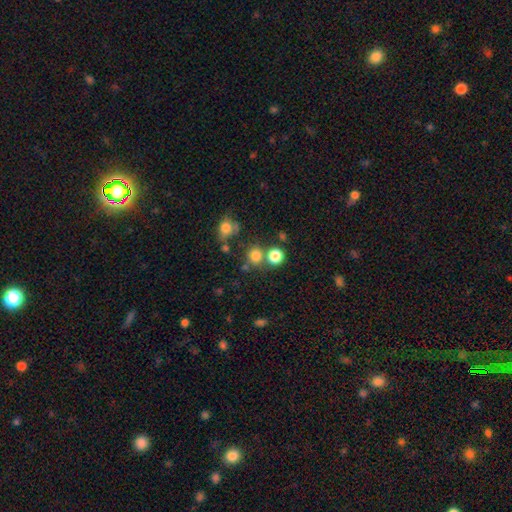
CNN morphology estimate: The model was most divided on "merging": none: 67%, merger: 20%, minor disturbance: 9%, major disturbance: 4%. More confident: how rounded — round (86%); smooth or featured — smooth (77%).